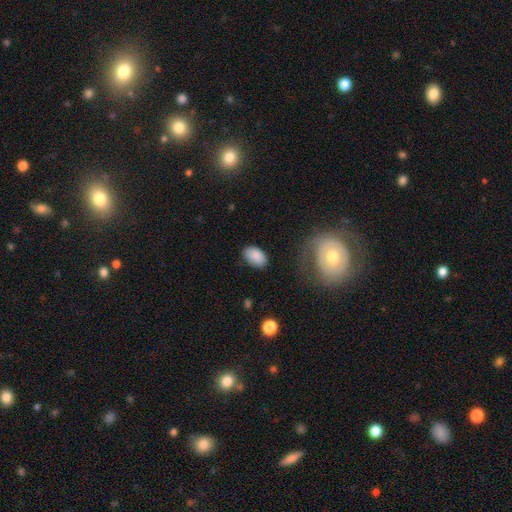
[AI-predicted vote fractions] smooth_or_featured: smooth (p=0.87) [alt: star or artifact p=0.07]
how_rounded: in between (p=0.92) [alt: round p=0.07]
merging: none (p=0.81) [alt: minor disturbance p=0.14]